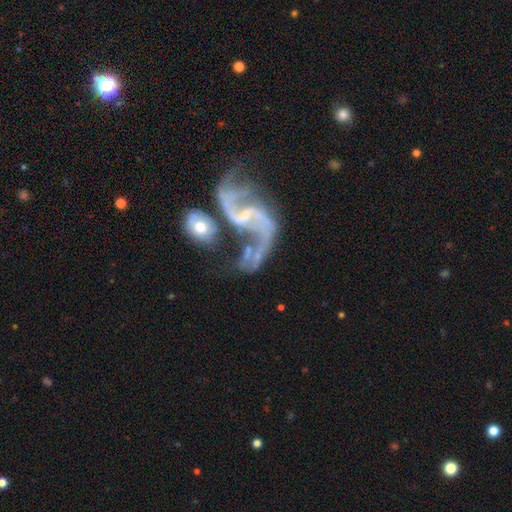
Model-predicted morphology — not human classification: Smooth or featured? featured or disk (88%)
Edge-on disk? no (97%)
Bar? weak (45%)
Spiral arms? yes (92%)
Spiral winding? loose (85%)
Spiral arm count? 2 (91%)
Bulge size? small (70%)
Merging? none (30%)